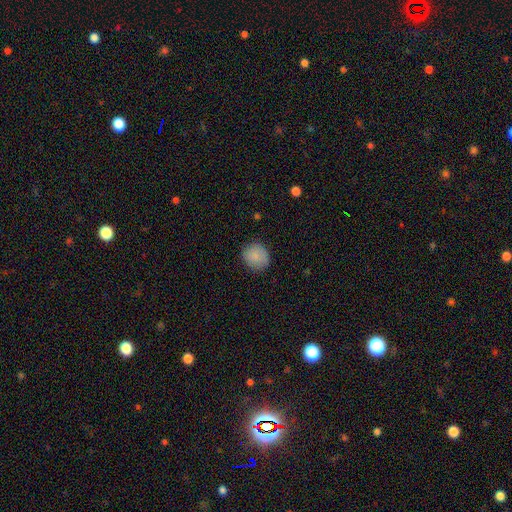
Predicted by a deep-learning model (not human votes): smooth_or_featured: smooth (p=0.87) [alt: star or artifact p=0.08]
how_rounded: round (p=0.75) [alt: in between p=0.24]
merging: none (p=0.84) [alt: minor disturbance p=0.12]